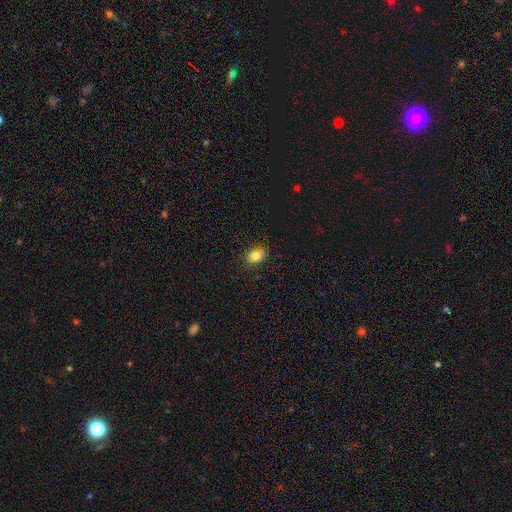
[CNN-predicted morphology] Smooth or featured? Predicted: smooth (p=0.82). How rounded? Predicted: in between (p=0.62). Merging? Predicted: none (p=0.84).